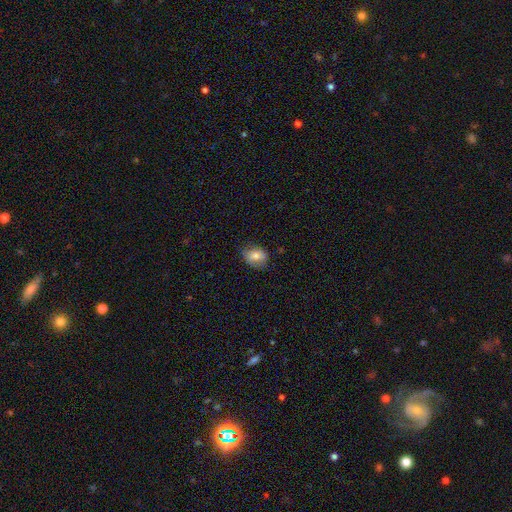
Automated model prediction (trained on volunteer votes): Q: Smooth or featured?
A: smooth (73%); runner-up: featured or disk (18%)
Q: How rounded?
A: in between (56%); runner-up: round (43%)
Q: Merging?
A: none (73%); runner-up: minor disturbance (21%)